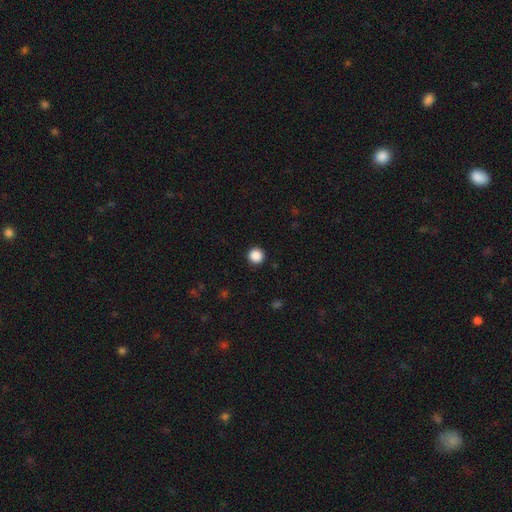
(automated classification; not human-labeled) The model was most divided on "smooth or featured": smooth: 88%, star or artifact: 10%, featured or disk: 2%. More confident: how rounded — round (96%); merging — none (93%).